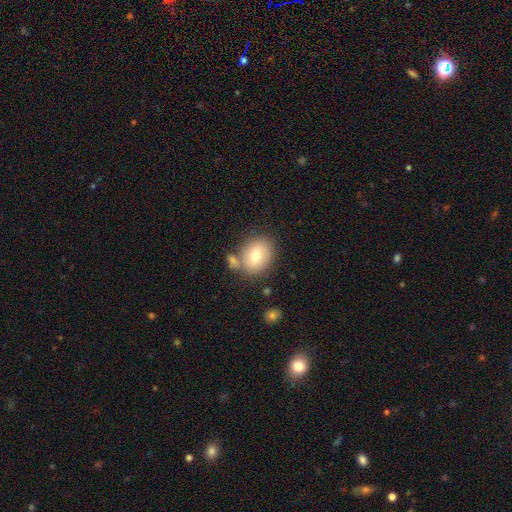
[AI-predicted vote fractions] A smooth galaxy with no disk features (74%) that is round (53%). Merging: none (65%).